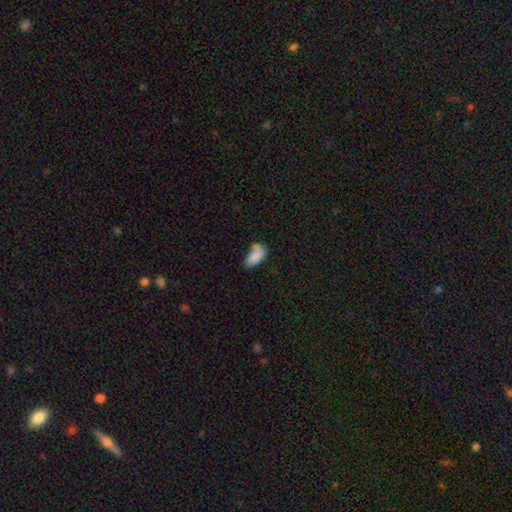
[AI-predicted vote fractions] Q: Smooth or featured?
A: smooth (77%); runner-up: featured or disk (15%)
Q: How rounded?
A: in between (92%); runner-up: round (5%)
Q: Merging?
A: none (34%); runner-up: merger (25%)